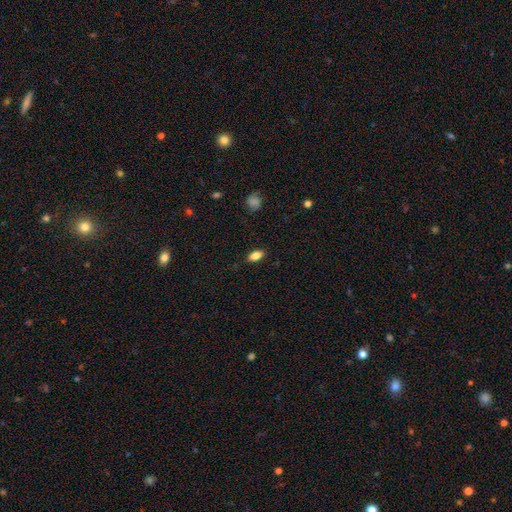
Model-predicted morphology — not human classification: This appears to be a smooth galaxy with no disk features (83%) that is in between round and cigar-shaped (87%). Merging: none (86%).